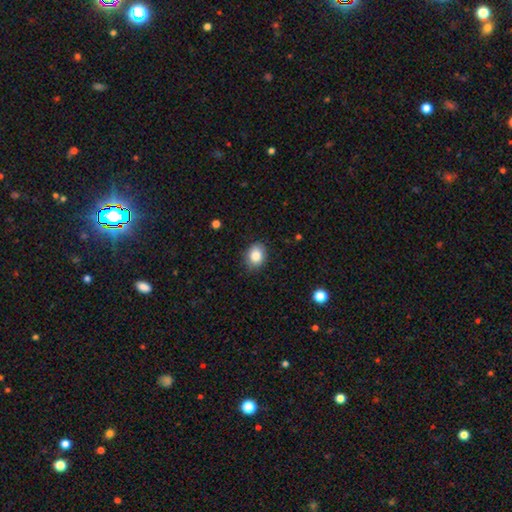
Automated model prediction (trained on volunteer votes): Overall: smooth (85%). How rounded: in between (61%; round 38%). Merging: none (83%).